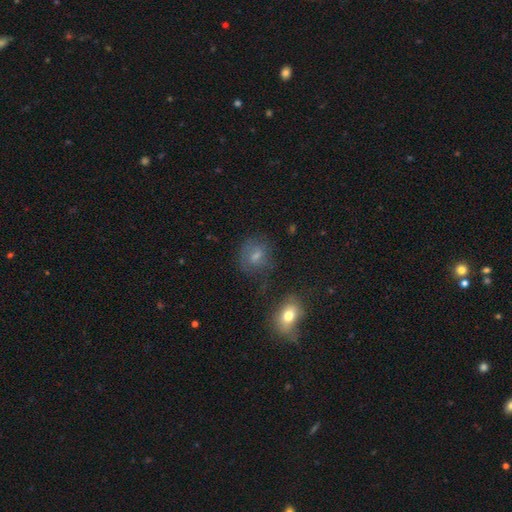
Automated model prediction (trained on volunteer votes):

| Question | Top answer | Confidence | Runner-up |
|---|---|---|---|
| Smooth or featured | smooth | 55% | featured or disk (31%) |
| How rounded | round | 55% | in between (43%) |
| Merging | none | 60% | minor disturbance (20%) |